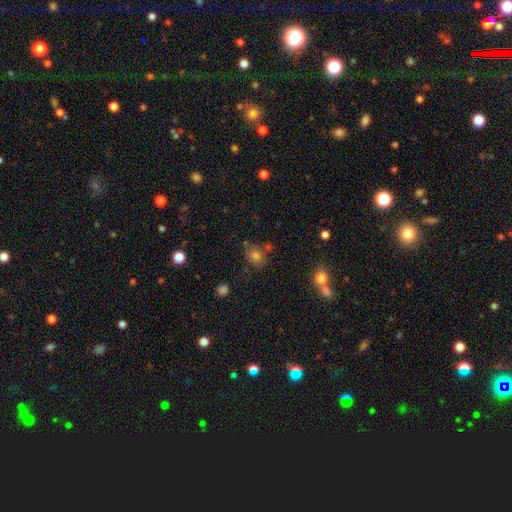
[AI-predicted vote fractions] This appears to be a smooth galaxy with no disk features (77%) that is round (75%). Merging: none (68%).